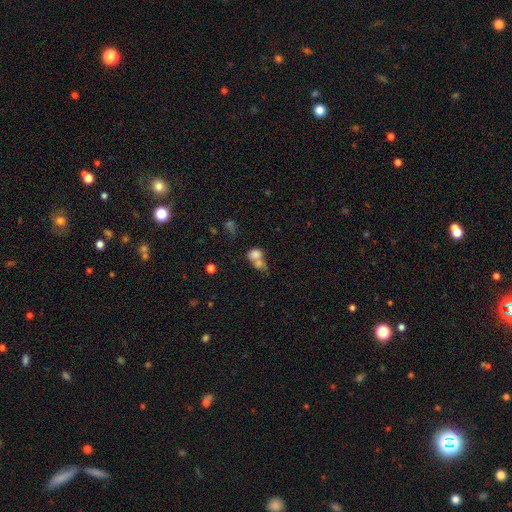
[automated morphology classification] type=smooth (74%); roundness=in between (56%); merging=merger (65%).